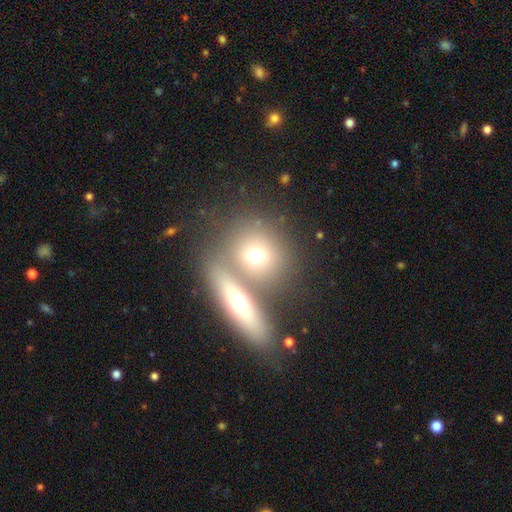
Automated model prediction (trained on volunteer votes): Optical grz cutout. It shows a smooth galaxy with no disk features (67%) that is round (67%). Merging: none (47%).